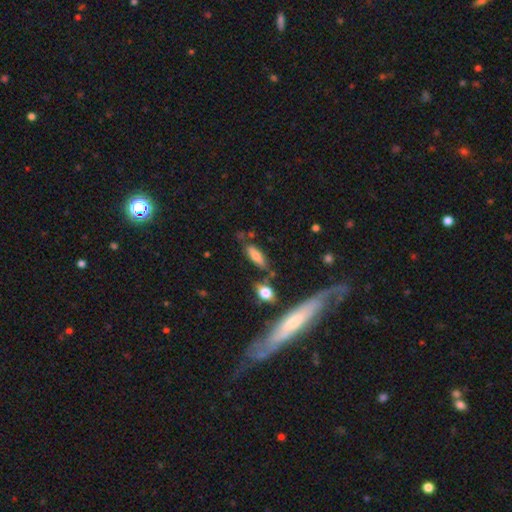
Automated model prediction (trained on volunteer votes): This appears to be a smooth galaxy with no disk features (68%) that is in between round and cigar-shaped (62%). Merging: none (70%).